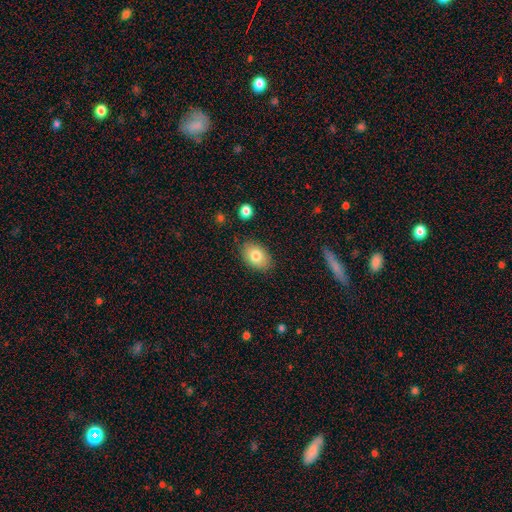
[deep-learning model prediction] Smooth or featured: smooth — 80% (featured or disk — 12%)
How rounded: in between — 83% (round — 16%)
Merging: none — 84% (minor disturbance — 12%)